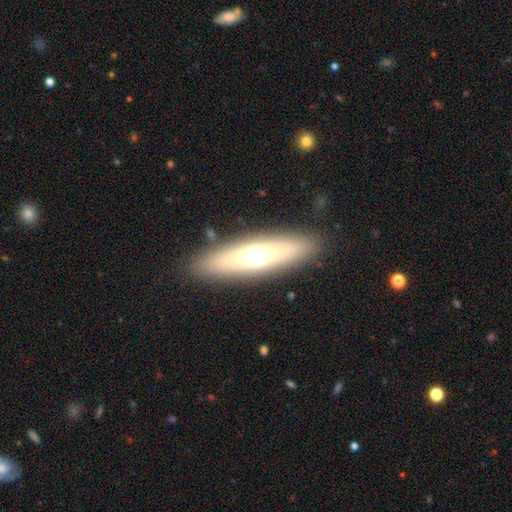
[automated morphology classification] Q: Smooth or featured?
A: smooth (55%); runner-up: featured or disk (36%)
Q: How rounded?
A: cigar-shaped (59%); runner-up: in between (38%)
Q: Merging?
A: none (87%); runner-up: minor disturbance (8%)